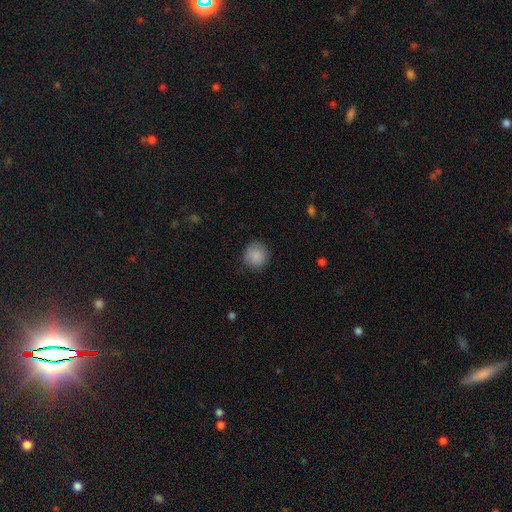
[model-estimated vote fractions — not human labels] This is clearly a smooth galaxy (88%). How rounded: clearly round (91%). Merging: clearly none (84%).